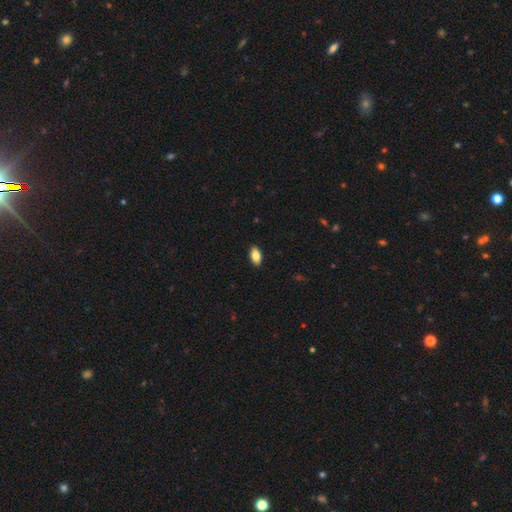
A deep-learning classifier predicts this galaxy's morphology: smooth_or_featured: smooth (p=0.83) [alt: featured or disk p=0.10]
how_rounded: in between (p=0.91) [alt: cigar-shaped p=0.06]
merging: none (p=0.90) [alt: minor disturbance p=0.08]